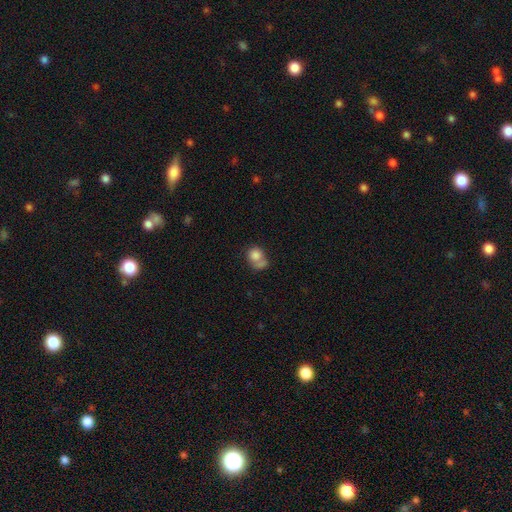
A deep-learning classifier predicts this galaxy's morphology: A smooth galaxy with no disk features (78%) that is round (71%).

Vote fractions:
- Smooth or featured? smooth: 78% / featured or disk: 13% / star or artifact: 9%
- How rounded? round: 71% / in between: 28% / cigar-shaped: 1%
- Merging? merger: 37% / none: 33% / minor disturbance: 15% / major disturbance: 14%